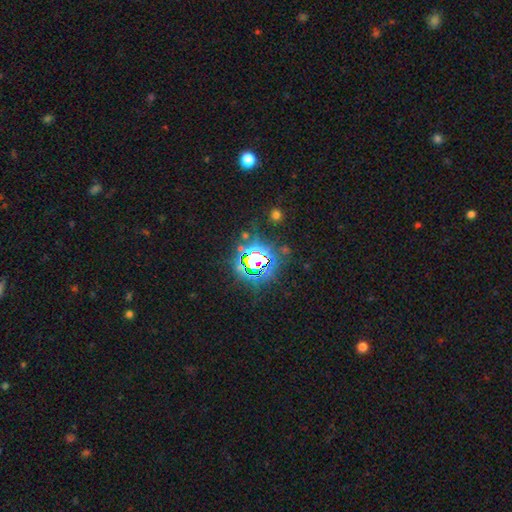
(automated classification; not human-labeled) This appears to be a star or artifact, not a galaxy (79%).